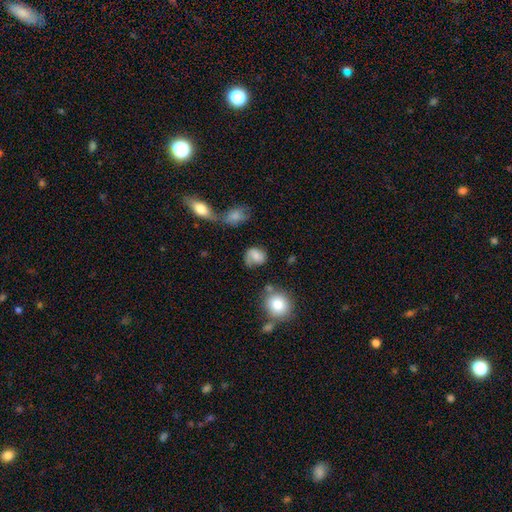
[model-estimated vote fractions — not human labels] Smooth or featured?
  - smooth: 57% *
  - featured or disk: 33%
  - star or artifact: 10%
How rounded?
  - round: 58% *
  - in between: 40%
  - cigar-shaped: 1%
Merging?
  - none: 48% *
  - minor disturbance: 27%
  - major disturbance: 18%
  - merger: 7%